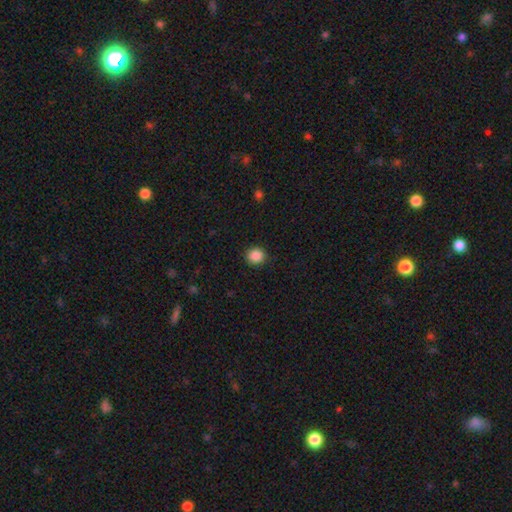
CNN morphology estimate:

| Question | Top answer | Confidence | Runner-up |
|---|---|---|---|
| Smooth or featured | smooth | 88% | star or artifact (10%) |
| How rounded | round | 90% | in between (9%) |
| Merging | none | 91% | minor disturbance (6%) |